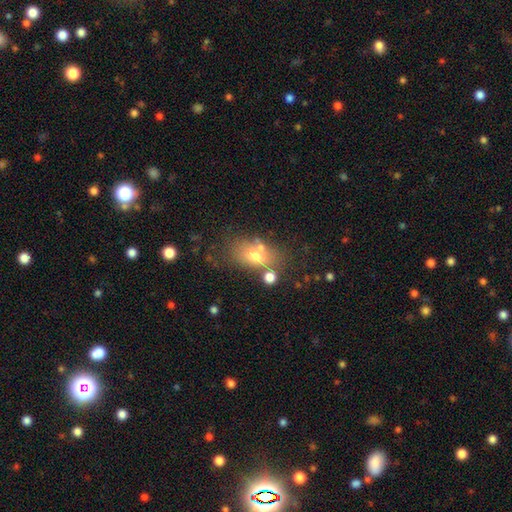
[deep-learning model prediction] Smooth or featured? smooth (66%)
How rounded? in between (77%)
Merging? none (58%)